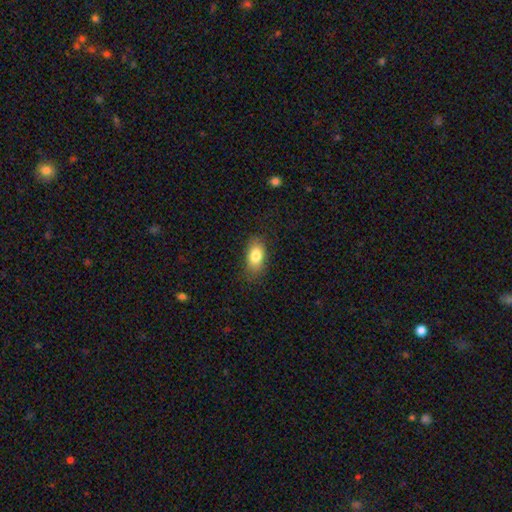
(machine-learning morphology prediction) Q: Smooth or featured?
A: smooth (82%); runner-up: featured or disk (10%)
Q: How rounded?
A: in between (89%); runner-up: round (7%)
Q: Merging?
A: none (81%); runner-up: minor disturbance (14%)